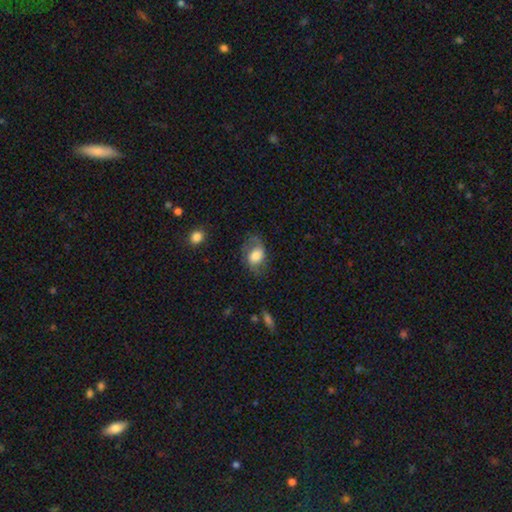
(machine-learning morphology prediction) smooth 57%, featured or disk 34%, star or artifact 8%. Down the decision tree: how rounded — in between (73%); merging — none (48%).